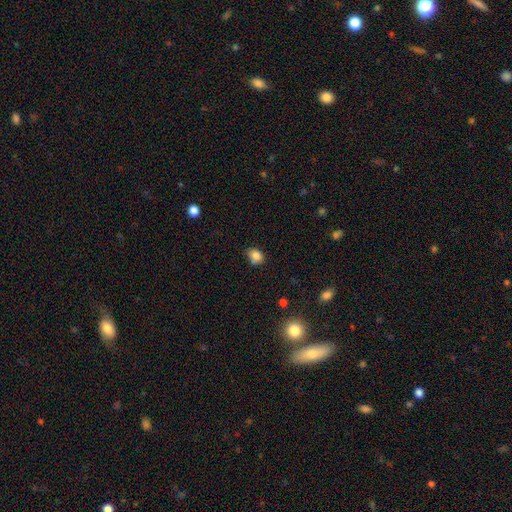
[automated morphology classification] This is clearly a smooth galaxy (83%). How rounded: possibly round (54%). Merging: likely none (64%).